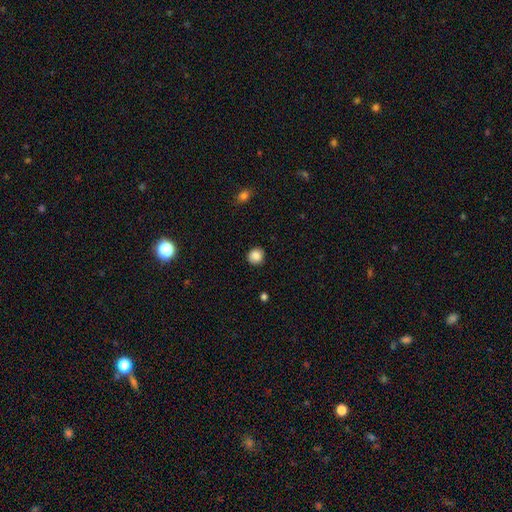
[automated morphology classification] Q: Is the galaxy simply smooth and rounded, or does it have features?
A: smooth — 87%.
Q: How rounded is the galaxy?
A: round — 86%.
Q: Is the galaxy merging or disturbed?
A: none — 88%.